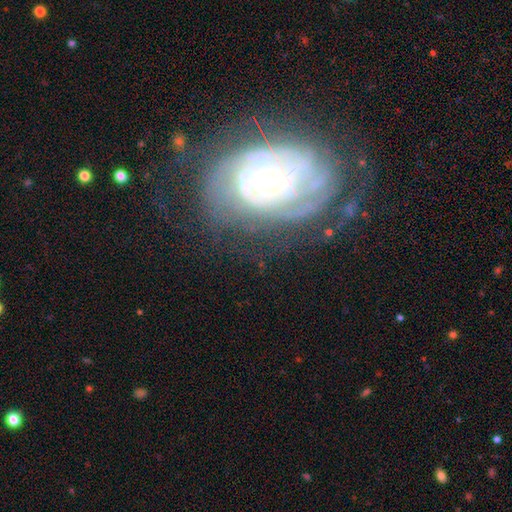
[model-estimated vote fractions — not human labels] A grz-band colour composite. It shows a featured or disk galaxy (80%) with no bar (74%), tight (76%) spiral arms (85%) and a small central bulge (59%). Merging: none (65%).